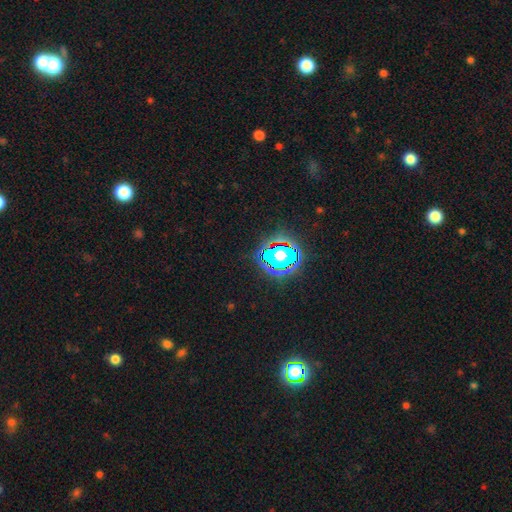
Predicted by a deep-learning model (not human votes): star or artifact 83%, smooth 10%, featured or disk 7%.